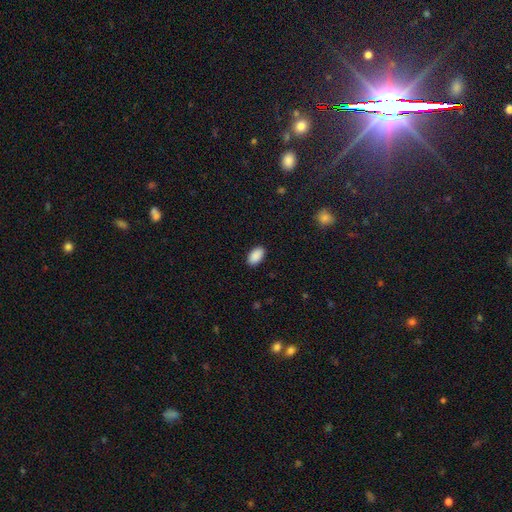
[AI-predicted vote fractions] smooth 91%, star or artifact 7%, featured or disk 3%. Down the decision tree: how rounded — in between (94%); merging — none (89%).